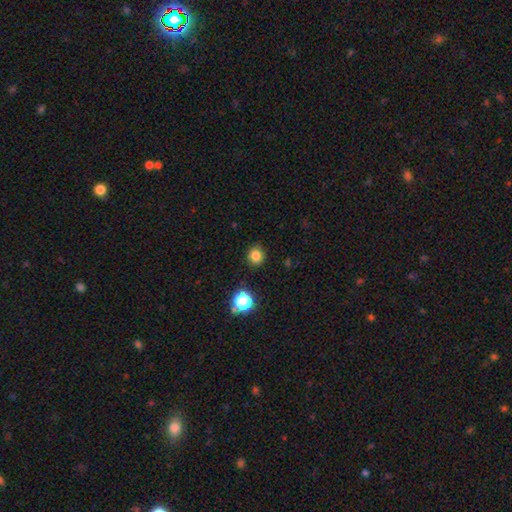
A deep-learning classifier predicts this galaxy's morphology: Smooth or featured? Predicted: smooth (p=0.81). How rounded? Predicted: round (p=0.84). Merging? Predicted: none (p=0.88).